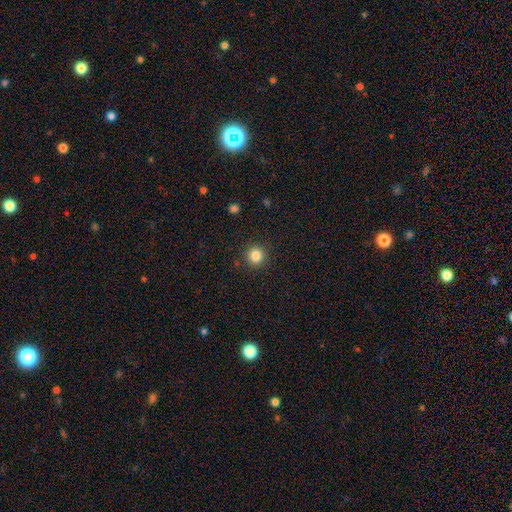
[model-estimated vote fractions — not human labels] smooth 84%, star or artifact 11%, featured or disk 5%. Down the decision tree: how rounded — round (94%); merging — none (91%).